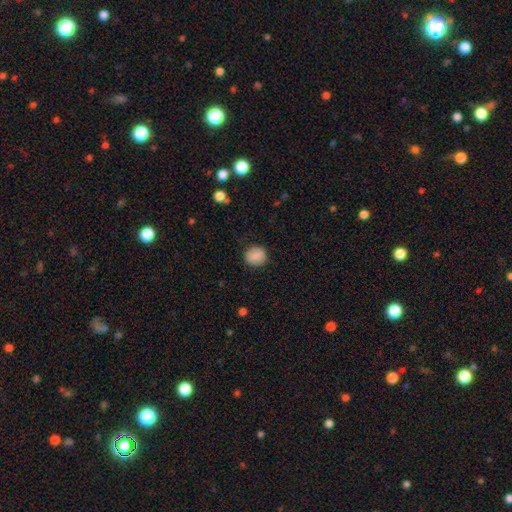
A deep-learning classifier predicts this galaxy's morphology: Overall: smooth (87%). How rounded: round (81%). Merging: none (87%).